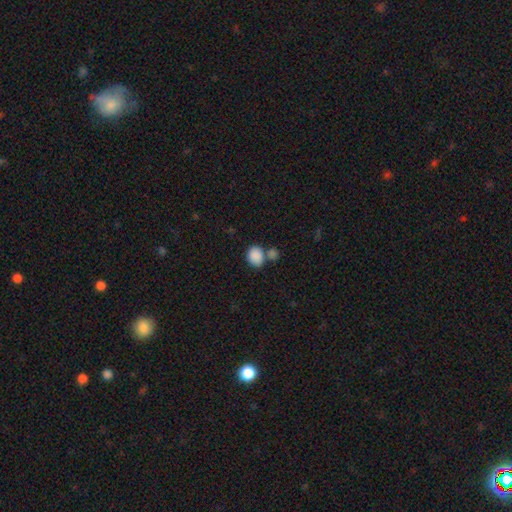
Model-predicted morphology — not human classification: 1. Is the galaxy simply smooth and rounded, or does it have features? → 88% smooth, 8% star or artifact, 4% featured or disk.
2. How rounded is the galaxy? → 56% round, 43% in between, 1% cigar-shaped.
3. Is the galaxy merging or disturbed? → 55% none, 30% merger, 11% minor disturbance, 4% major disturbance.